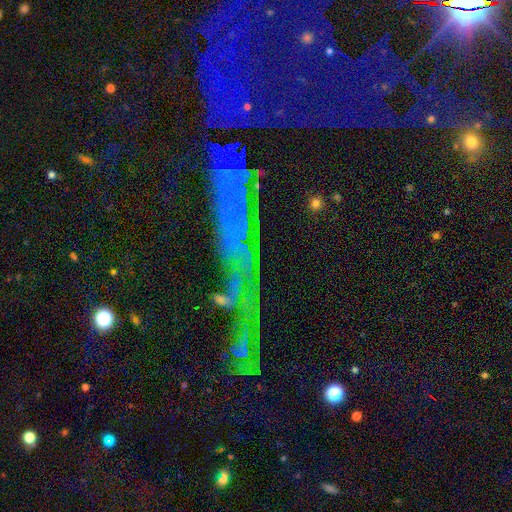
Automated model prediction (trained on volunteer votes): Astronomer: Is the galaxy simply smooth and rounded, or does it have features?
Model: star or artifact — 63%.